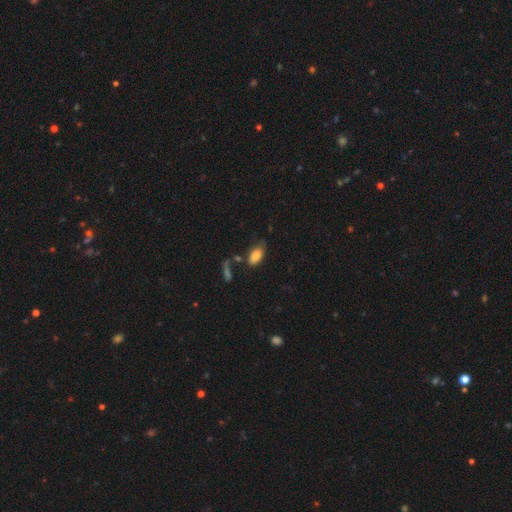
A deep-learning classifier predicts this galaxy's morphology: smooth-or-featured: smooth: 81% | featured or disk: 11% | star or artifact: 8%
  how-rounded: in between: 92% | round: 4% | cigar-shaped: 4%
  merging: none: 59% | minor disturbance: 22% | major disturbance: 10% | merger: 9%